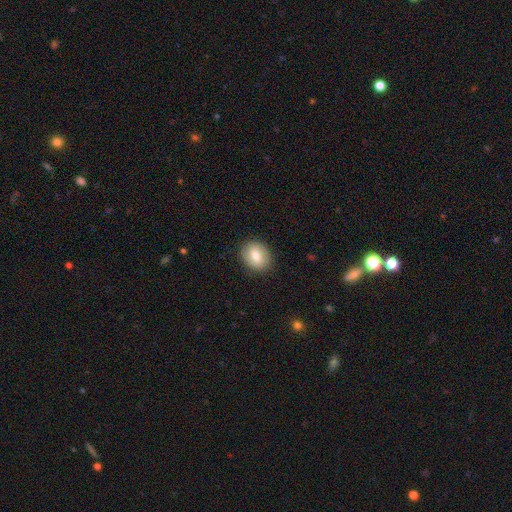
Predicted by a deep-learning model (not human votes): smooth-or-featured: smooth: 78% | featured or disk: 14% | star or artifact: 8%
  how-rounded: round: 53% | in between: 46% | cigar-shaped: 1%
  merging: none: 89% | minor disturbance: 8% | major disturbance: 2% | merger: 1%